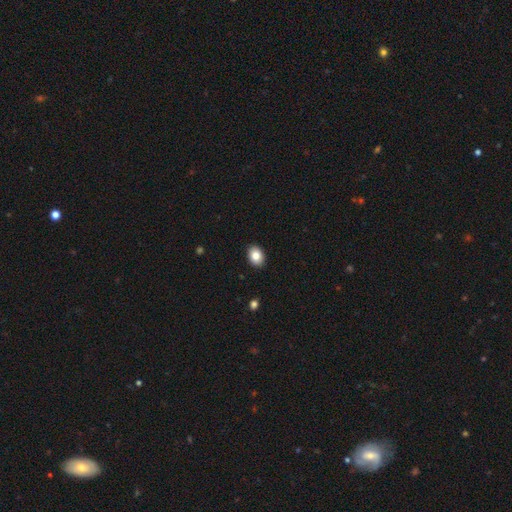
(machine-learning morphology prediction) A smooth galaxy with no disk features (84%) that is in between round and cigar-shaped (73%). Merging: none (91%).